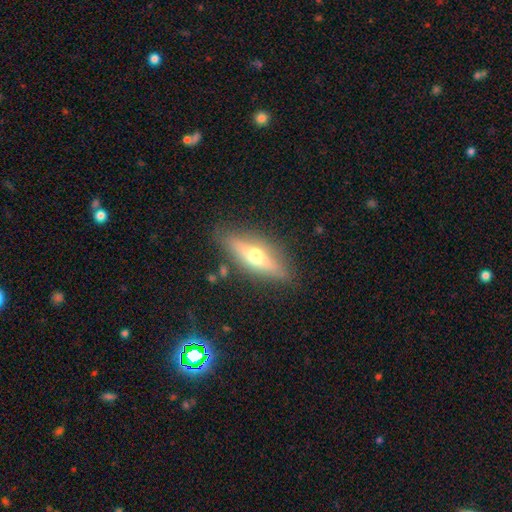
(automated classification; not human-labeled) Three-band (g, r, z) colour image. It shows a featured or disk galaxy (51%) viewed edge-on (82%). Merging: none (83%).